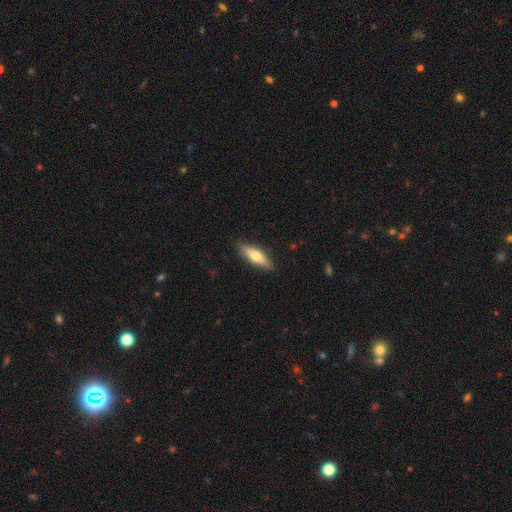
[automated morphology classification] Q: Smooth or featured?
A: smooth (64%); runner-up: featured or disk (31%)
Q: How rounded?
A: cigar-shaped (51%); runner-up: in between (47%)
Q: Merging?
A: none (87%); runner-up: minor disturbance (10%)